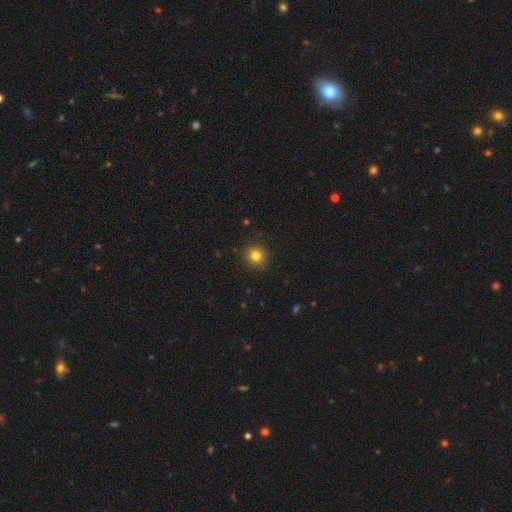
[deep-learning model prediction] This appears to be a smooth galaxy with no disk features (82%) that is round (92%). Merging: none (91%).